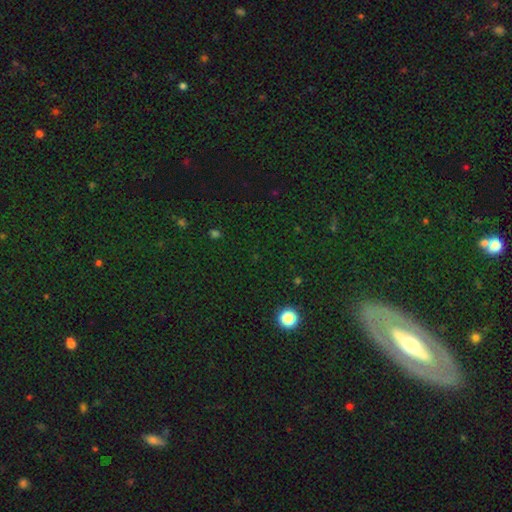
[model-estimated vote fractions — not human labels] This is possibly a star or artifact rather than a galaxy (51%).